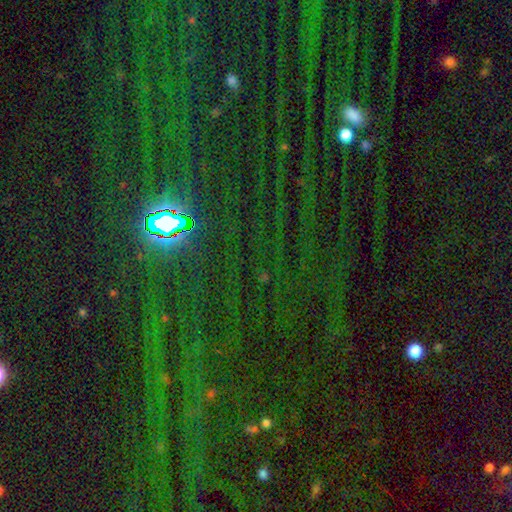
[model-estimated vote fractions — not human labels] Smooth or featured? Predicted: star or artifact (p=0.83).